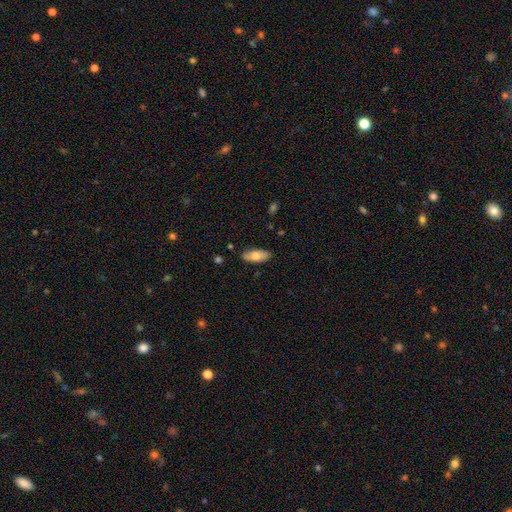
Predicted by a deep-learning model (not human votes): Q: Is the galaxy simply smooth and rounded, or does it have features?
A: smooth — 71%.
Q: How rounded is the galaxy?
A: in between — 84%.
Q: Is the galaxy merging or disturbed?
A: none — 85%.